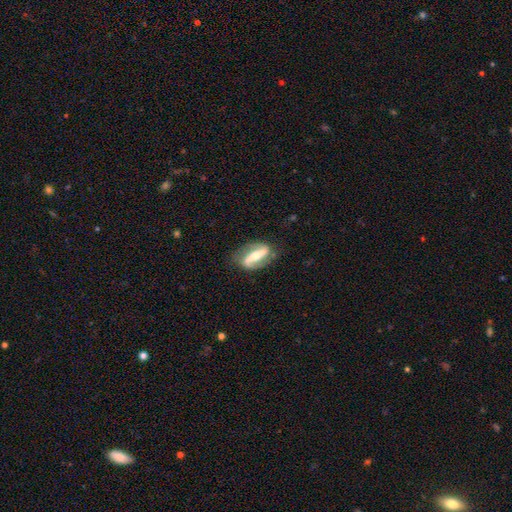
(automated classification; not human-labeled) Smooth or featured? Predicted: featured or disk (p=0.81). Edge-on disk? Predicted: no (p=0.90). Bar? Predicted: strong (p=0.70). Spiral arms? Predicted: yes (p=0.90). Spiral winding? Predicted: loose (p=0.42). Spiral arm count? Predicted: 2 (p=0.89). Bulge size? Predicted: moderate (p=0.51). Merging? Predicted: none (p=0.77).